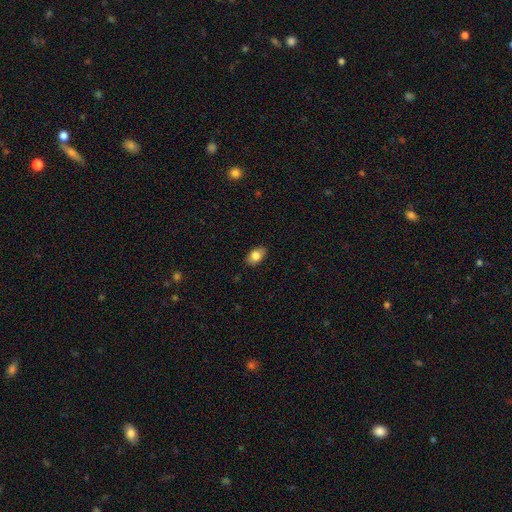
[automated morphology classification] This is clearly a smooth galaxy (82%). How rounded: clearly in between (88%). Merging: clearly none (86%).